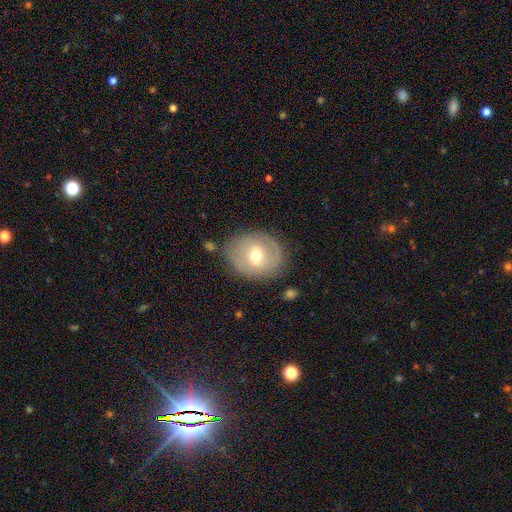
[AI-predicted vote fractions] Overall: featured or disk (52%; smooth 39%). Edge-on disk: no (94%). Merging: none (75%).